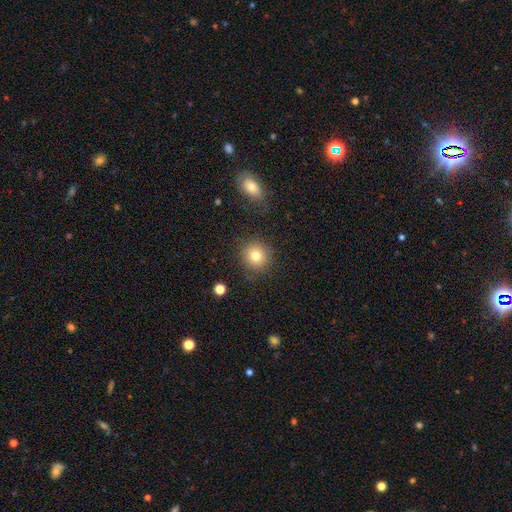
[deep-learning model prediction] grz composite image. It shows a smooth galaxy with no disk features (79%) that is round (90%). Merging: none (86%).